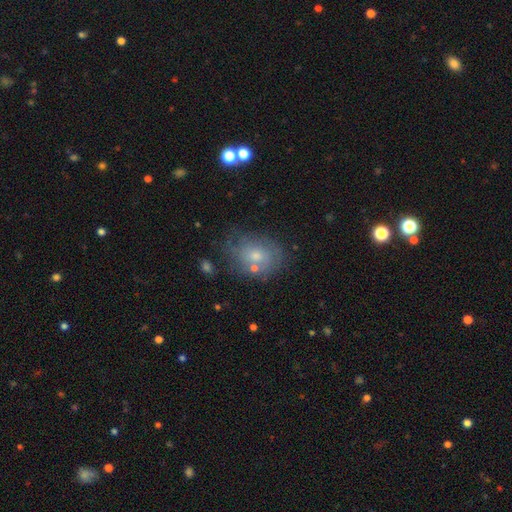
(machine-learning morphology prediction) This appears to be a smooth galaxy with no disk features (45%). Merging: none (62%).